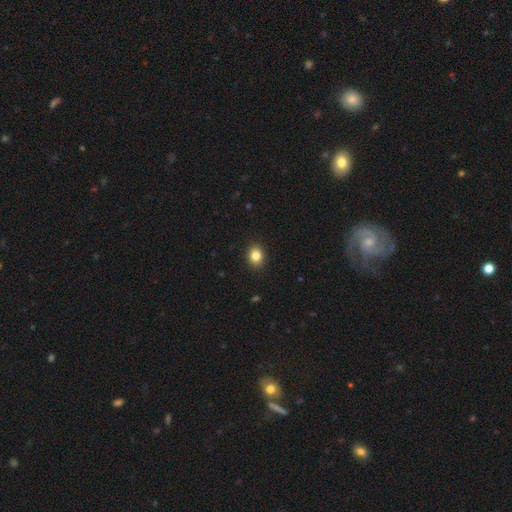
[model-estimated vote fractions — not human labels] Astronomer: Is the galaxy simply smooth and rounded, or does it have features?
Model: smooth — 84%.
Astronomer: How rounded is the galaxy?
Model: in between — 52% (runner-up: round, 47%).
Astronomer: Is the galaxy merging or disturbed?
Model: none — 91%.